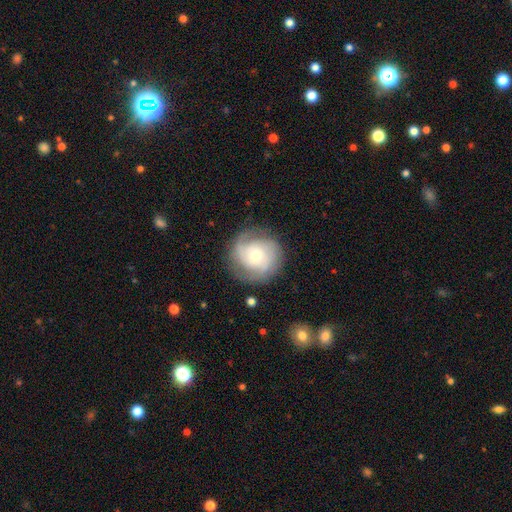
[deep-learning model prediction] Q: Smooth or featured?
A: featured or disk (71%); runner-up: smooth (23%)
Q: Edge-on disk?
A: no (98%); runner-up: yes (2%)
Q: Bar?
A: no (68%); runner-up: weak (27%)
Q: Spiral arms?
A: yes (93%); runner-up: no (7%)
Q: Spiral winding?
A: tight (46%); runner-up: medium (40%)
Q: Spiral arm count?
A: 2 (40%); runner-up: 3 (25%)
Q: Bulge size?
A: moderate (47%); runner-up: small (45%)
Q: Merging?
A: none (79%); runner-up: minor disturbance (14%)